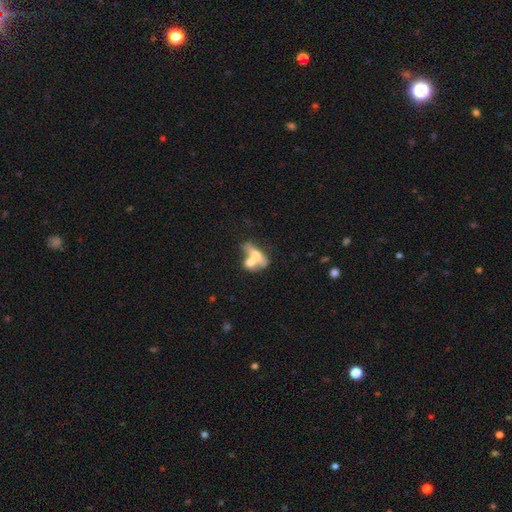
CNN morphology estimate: A smooth galaxy with no disk features (52%) that is in between round and cigar-shaped (64%). Merging: merger (65%).